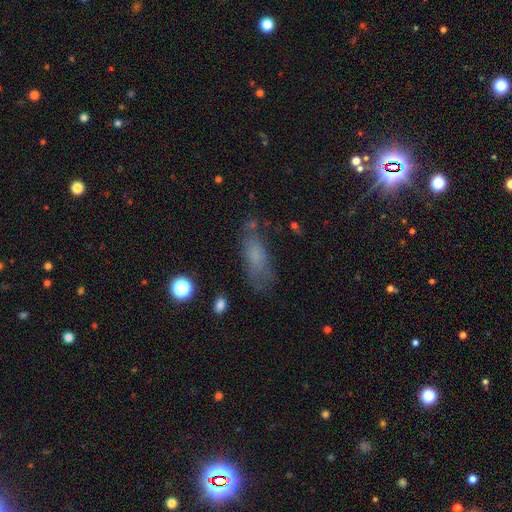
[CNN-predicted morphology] type=smooth (67%); roundness=in between (67%); merging=none (62%).